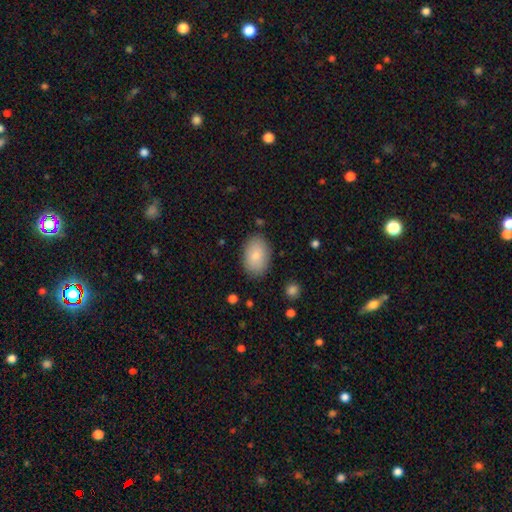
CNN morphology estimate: Q: Smooth or featured?
A: smooth (83%); runner-up: featured or disk (10%)
Q: How rounded?
A: in between (90%); runner-up: round (9%)
Q: Merging?
A: none (84%); runner-up: minor disturbance (11%)